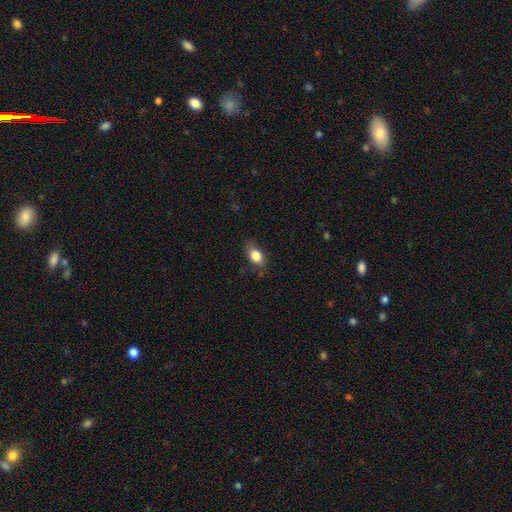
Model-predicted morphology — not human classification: Smooth or featured: smooth — 83% (featured or disk — 10%)
How rounded: in between — 86% (round — 10%)
Merging: none — 75% (minor disturbance — 19%)